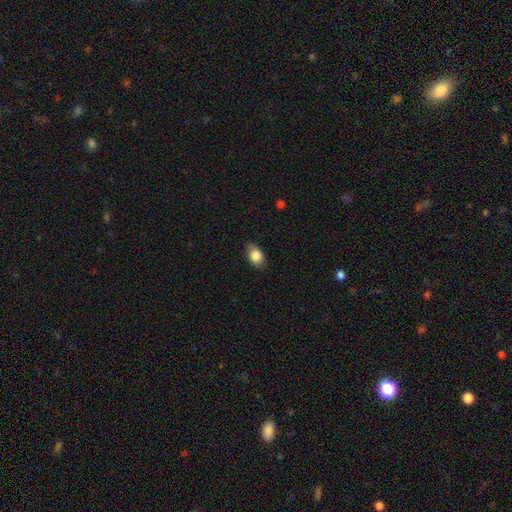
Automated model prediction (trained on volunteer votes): A smooth galaxy with no disk features (85%) that is in between round and cigar-shaped (78%).

Vote fractions:
- Smooth or featured? smooth: 85% / star or artifact: 8% / featured or disk: 8%
- How rounded? in between: 78% / round: 20% / cigar-shaped: 2%
- Merging? none: 81% / minor disturbance: 15% / major disturbance: 3% / merger: 1%